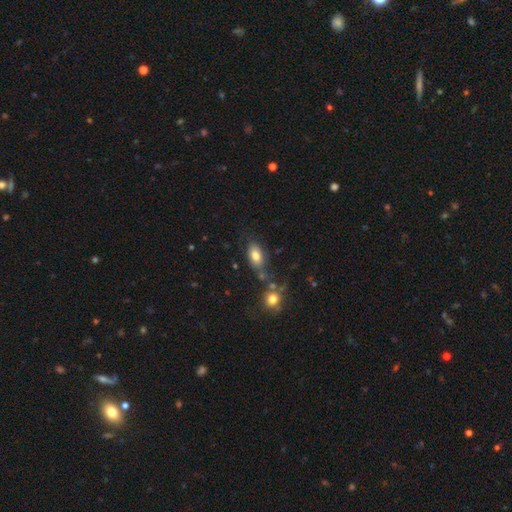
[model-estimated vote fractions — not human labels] Morphology: type=smooth (79%); roundness=in between (88%); merging=none (58%).